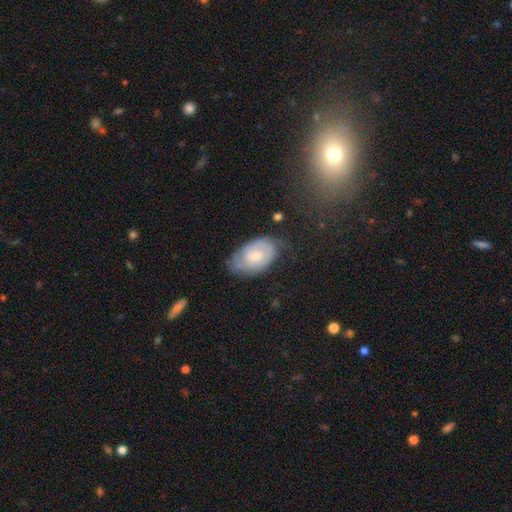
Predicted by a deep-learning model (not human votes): Smooth or featured?
  - featured or disk: 53% *
  - smooth: 40%
  - star or artifact: 7%
Edge-on disk?
  - no: 95% *
  - yes: 5%
Bar?
  - no: 59% *
  - weak: 36%
  - strong: 5%
Spiral arms?
  - yes: 80% *
  - no: 20%
Bulge size?
  - moderate: 45% *
  - small: 42%
  - none: 6%
  - large: 6%
  - dominant: 1%
Merging?
  - none: 62% *
  - minor disturbance: 28%
  - major disturbance: 8%
  - merger: 2%